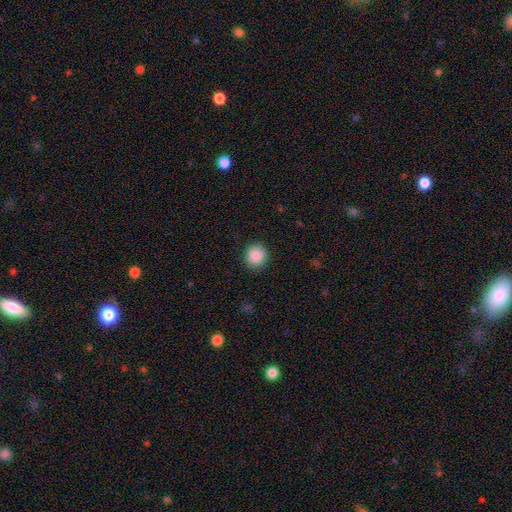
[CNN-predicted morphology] smooth-or-featured: smooth: 89% | star or artifact: 8% | featured or disk: 3%
  how-rounded: round: 92% | in between: 7% | cigar-shaped: 1%
  merging: none: 91% | minor disturbance: 6% | major disturbance: 2% | merger: 1%